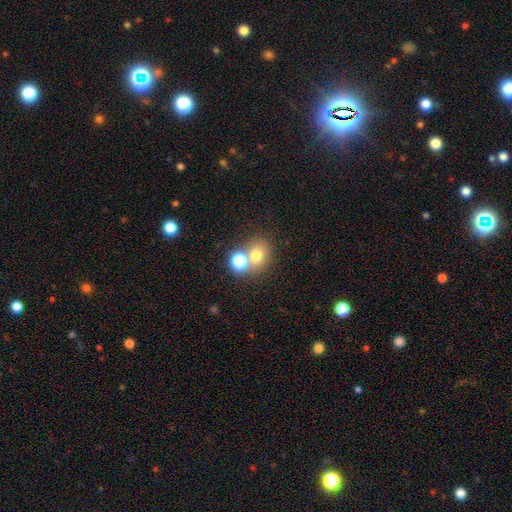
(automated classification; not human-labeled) Q: Smooth or featured?
A: smooth (69%); runner-up: star or artifact (18%)
Q: How rounded?
A: round (70%); runner-up: in between (29%)
Q: Merging?
A: none (51%); runner-up: merger (37%)